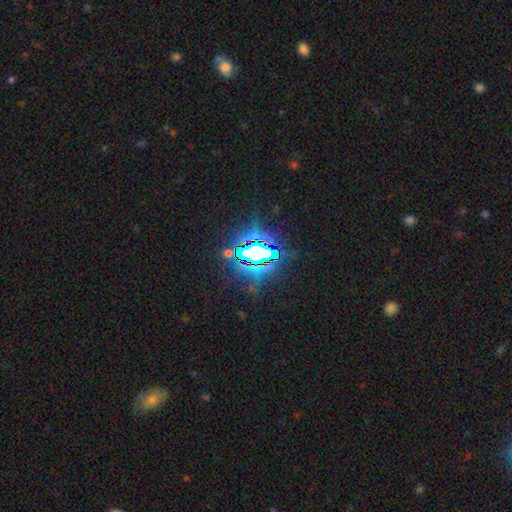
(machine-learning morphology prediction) Smooth or featured: star or artifact — 76% (smooth — 13%)